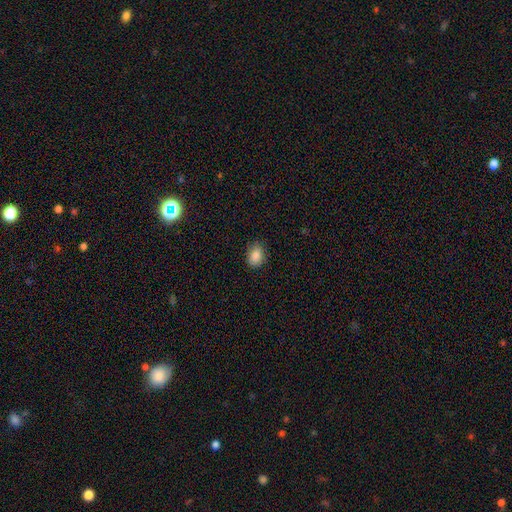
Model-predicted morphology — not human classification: smooth-or-featured: smooth: 87% | star or artifact: 8% | featured or disk: 4%
  how-rounded: in between: 77% | round: 22% | cigar-shaped: 1%
  merging: none: 82% | minor disturbance: 14% | major disturbance: 3% | merger: 1%